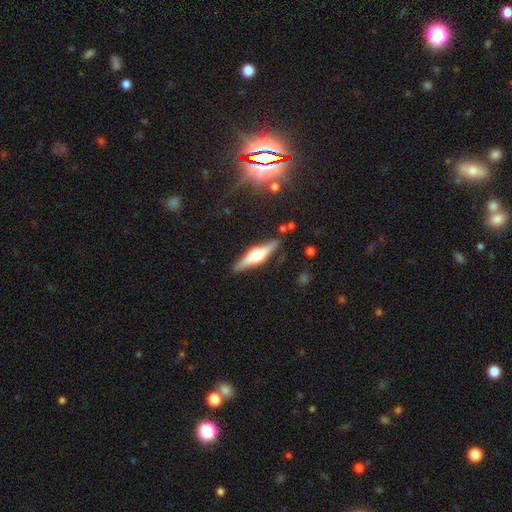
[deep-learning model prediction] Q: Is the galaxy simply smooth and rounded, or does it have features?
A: featured or disk — 64%.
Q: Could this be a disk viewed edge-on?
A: yes — 96%.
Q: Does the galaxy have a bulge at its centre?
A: rounded — 89%.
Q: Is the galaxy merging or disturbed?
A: none — 87%.